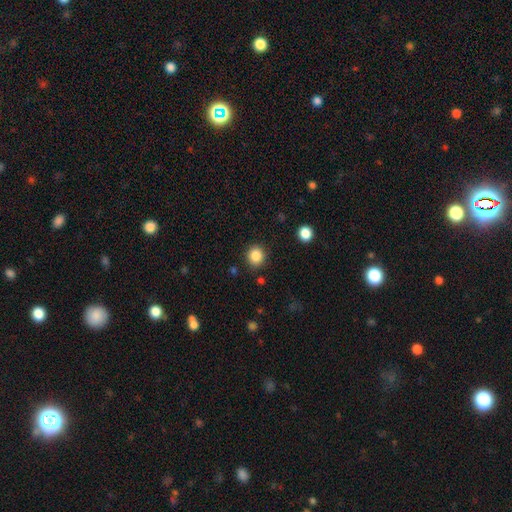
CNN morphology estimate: smooth-or-featured: smooth: 86% | star or artifact: 10% | featured or disk: 4%
  how-rounded: round: 85% | in between: 14% | cigar-shaped: 1%
  merging: none: 88% | minor disturbance: 8% | major disturbance: 3% | merger: 2%